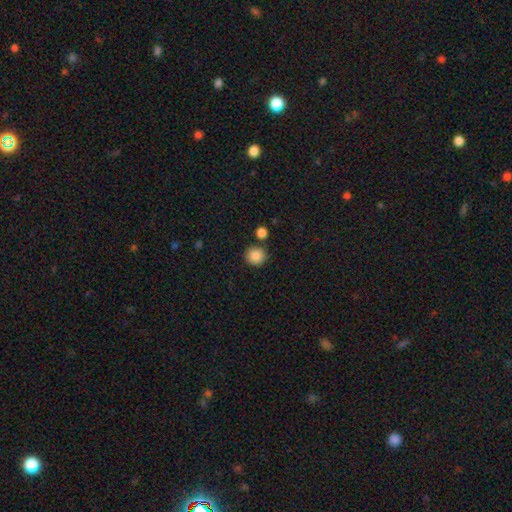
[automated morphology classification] Smooth or featured? smooth (88%)
How rounded? round (91%)
Merging? none (80%)